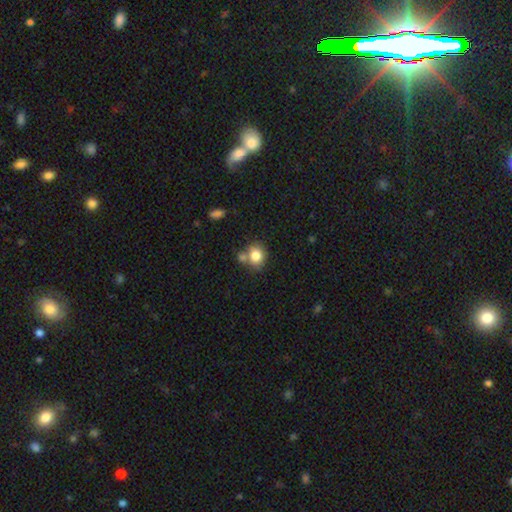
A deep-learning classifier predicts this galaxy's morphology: smooth 82%, star or artifact 9%, featured or disk 9%. Down the decision tree: how rounded — round (67%); merging — none (58%).